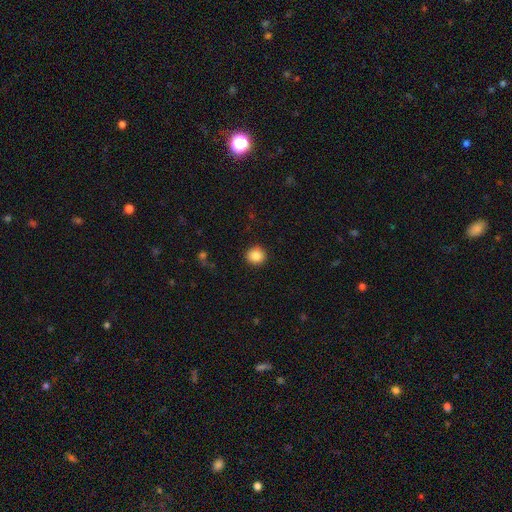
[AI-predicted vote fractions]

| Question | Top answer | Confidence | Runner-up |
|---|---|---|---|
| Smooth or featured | smooth | 87% | star or artifact (9%) |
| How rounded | round | 90% | in between (10%) |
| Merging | none | 91% | minor disturbance (6%) |